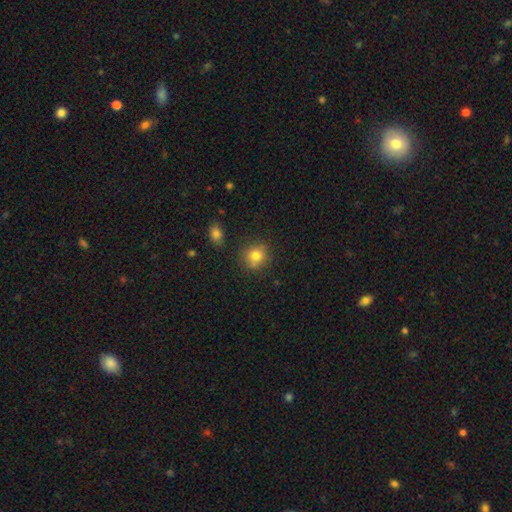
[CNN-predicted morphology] Smooth or featured?
  - smooth: 81% *
  - star or artifact: 11%
  - featured or disk: 8%
How rounded?
  - round: 84% *
  - in between: 15%
  - cigar-shaped: 1%
Merging?
  - none: 80% *
  - minor disturbance: 12%
  - merger: 5%
  - major disturbance: 3%